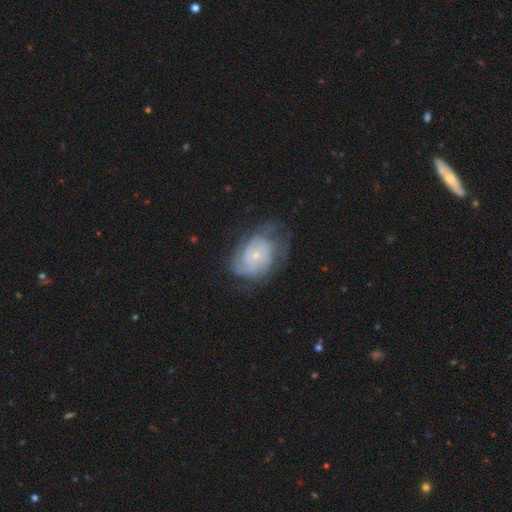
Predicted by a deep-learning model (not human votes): featured or disk 72%, smooth 21%, star or artifact 7%. Down the decision tree: edge-on disk — no (97%); bar — no (80%); spiral arms — yes (86%); spiral arm count — can't tell (50%); spiral winding — tight (60%); bulge size — small (74%); merging — none (56%).